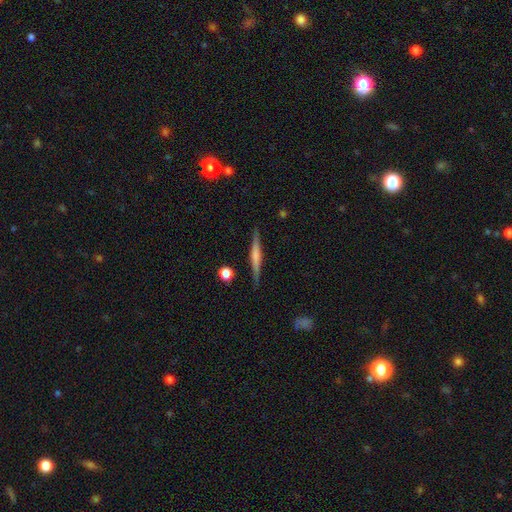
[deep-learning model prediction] smooth_or_featured: featured or disk (p=0.60) [alt: smooth p=0.33]
disk_edge_on: yes (p=0.97) [alt: no p=0.03]
edge_on_bulge: rounded (p=0.44) [alt: none p=0.31]
merging: none (p=0.88) [alt: minor disturbance p=0.08]